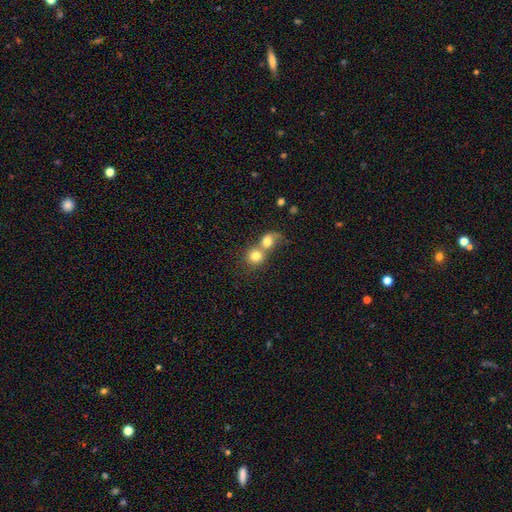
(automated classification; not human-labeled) This appears to be a smooth galaxy with no disk features (77%) that is round (81%). Merging: merger (66%).